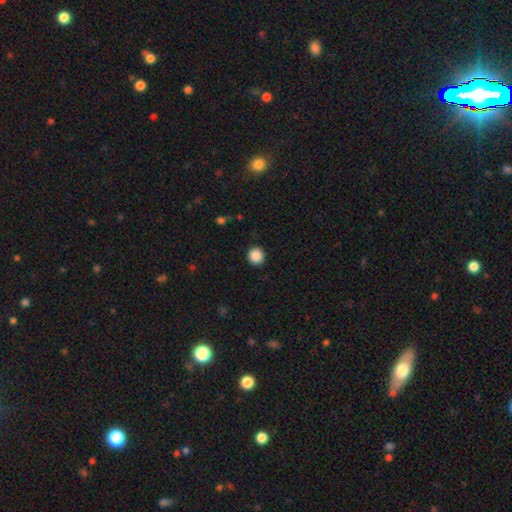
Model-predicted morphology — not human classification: A smooth galaxy with no disk features (88%) that is round (94%).

Vote fractions:
- Smooth or featured? smooth: 88% / star or artifact: 10% / featured or disk: 3%
- How rounded? round: 94% / in between: 5% / cigar-shaped: 1%
- Merging? none: 92% / minor disturbance: 5% / major disturbance: 2% / merger: 1%